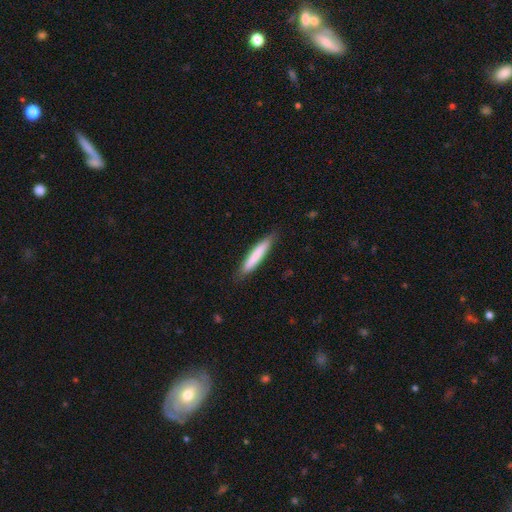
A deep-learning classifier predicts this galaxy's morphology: This is likely a smooth galaxy (78%). How rounded: clearly cigar-shaped (92%). Merging: clearly none (86%).